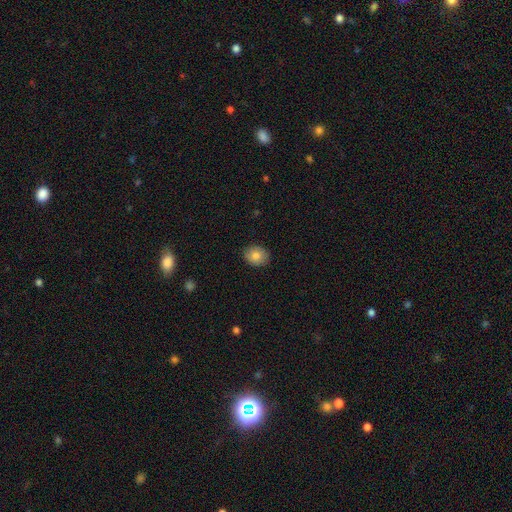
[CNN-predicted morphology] type=smooth (83%); roundness=round (55%); merging=none (87%).